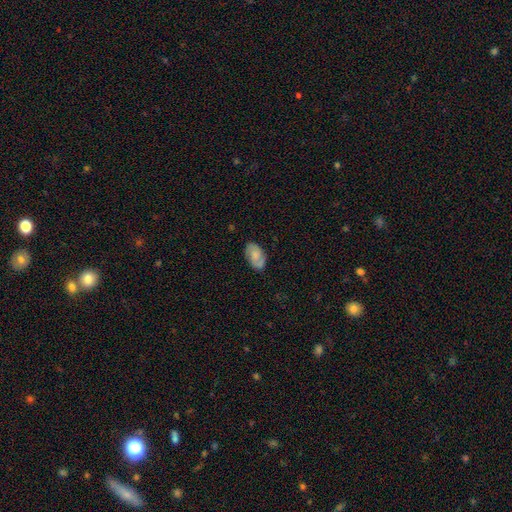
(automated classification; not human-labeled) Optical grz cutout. It shows a smooth galaxy with no disk features (48%). Merging: none (77%).